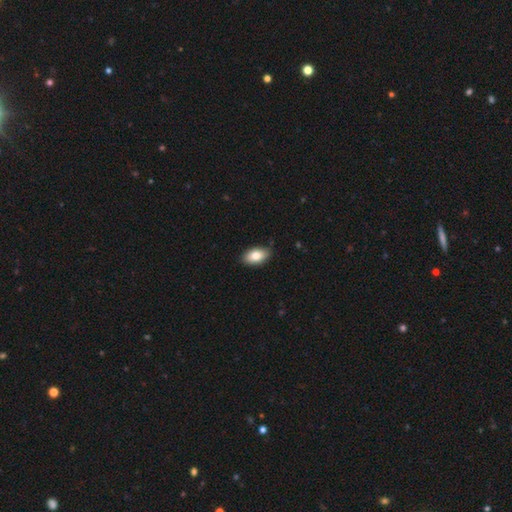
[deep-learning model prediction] smooth-or-featured: smooth: 82% | featured or disk: 11% | star or artifact: 7%
  how-rounded: in between: 93% | round: 5% | cigar-shaped: 2%
  merging: none: 84% | minor disturbance: 13% | major disturbance: 2% | merger: 1%